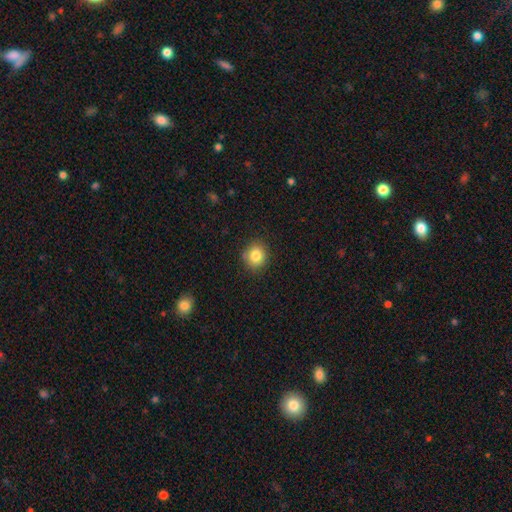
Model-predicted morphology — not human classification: A smooth galaxy with no disk features (82%) that is round (84%).

Vote fractions:
- Smooth or featured? smooth: 82% / star or artifact: 11% / featured or disk: 7%
- How rounded? round: 84% / in between: 15% / cigar-shaped: 1%
- Merging? none: 86% / minor disturbance: 10% / major disturbance: 3% / merger: 1%